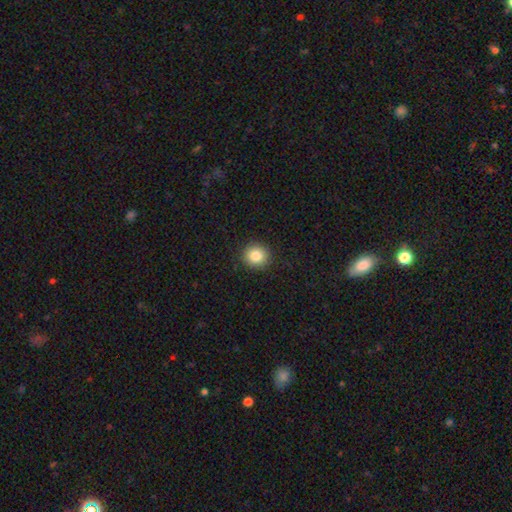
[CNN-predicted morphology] Smooth or featured? Predicted: smooth (p=0.84). How rounded? Predicted: round (p=0.89). Merging? Predicted: none (p=0.91).